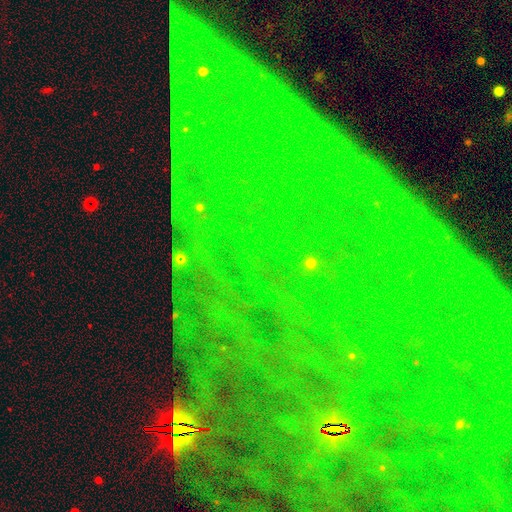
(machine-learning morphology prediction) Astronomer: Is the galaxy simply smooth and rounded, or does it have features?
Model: star or artifact — 85%.